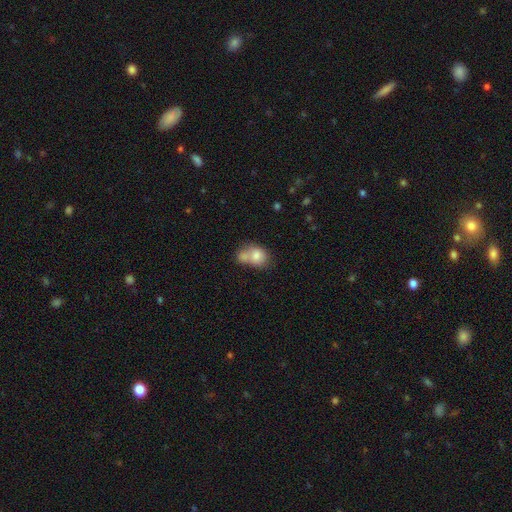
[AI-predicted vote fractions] Smooth or featured? Predicted: smooth (p=0.77). How rounded? Predicted: in between (p=0.54). Merging? Predicted: merger (p=0.58).